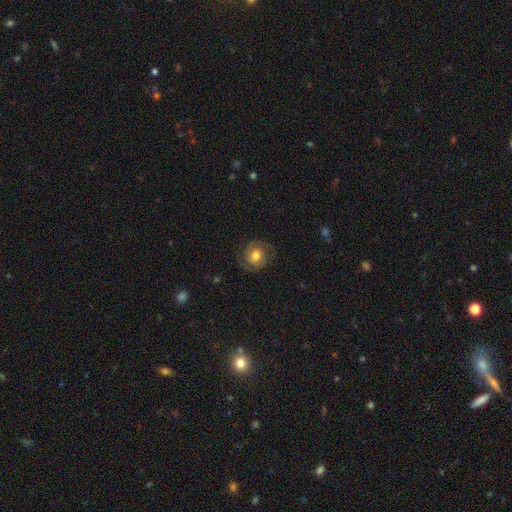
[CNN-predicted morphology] This is likely a featured or disk galaxy (62%). It is clearly not viewed edge-on (98%). Bar: likely no (65%). Spiral arm pattern: clearly yes (89%). Spiral arm count: clearly 2 (86%). Spiral winding: possibly tight (48%). Central bulge: likely moderate (69%). Merging: clearly none (81%).